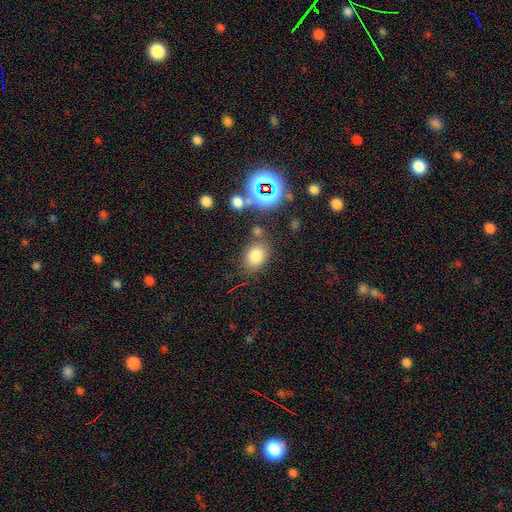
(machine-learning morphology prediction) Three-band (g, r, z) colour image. It shows a smooth galaxy with no disk features (76%) that is in between round and cigar-shaped (57%). Merging: none (72%).